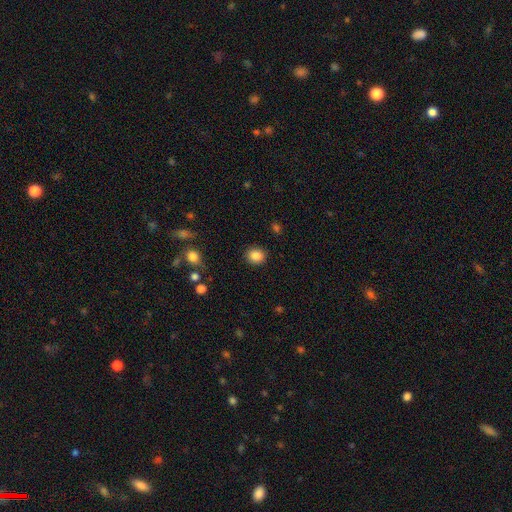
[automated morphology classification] smooth_or_featured: smooth (p=0.86) [alt: star or artifact p=0.10]
how_rounded: round (p=0.71) [alt: in between p=0.28]
merging: none (p=0.89) [alt: minor disturbance p=0.07]